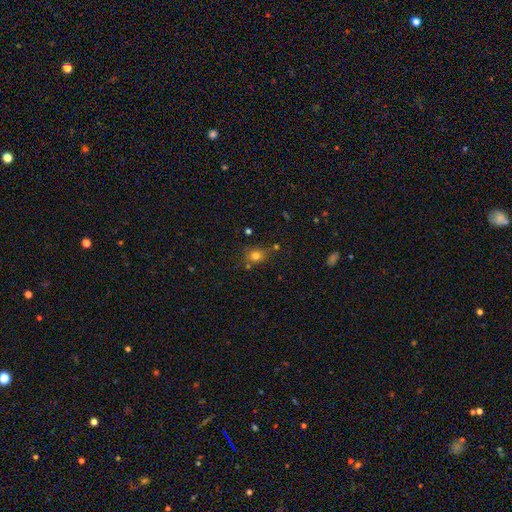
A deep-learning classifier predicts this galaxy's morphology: smooth 76%, star or artifact 15%, featured or disk 8%. Down the decision tree: how rounded — round (75%); merging — none (68%).